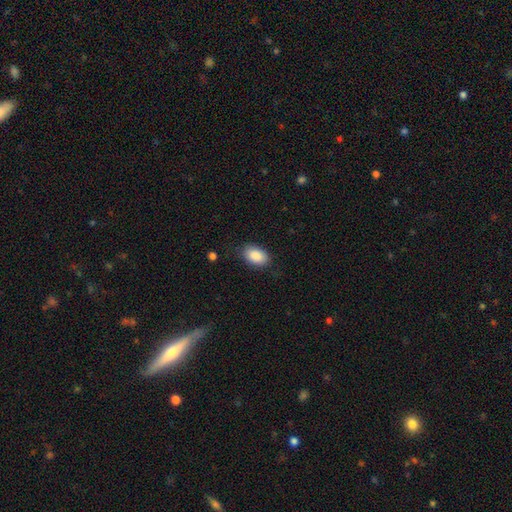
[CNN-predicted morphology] smooth_or_featured: smooth (p=0.89) [alt: star or artifact p=0.07]
how_rounded: in between (p=0.89) [alt: round p=0.09]
merging: none (p=0.83) [alt: minor disturbance p=0.13]